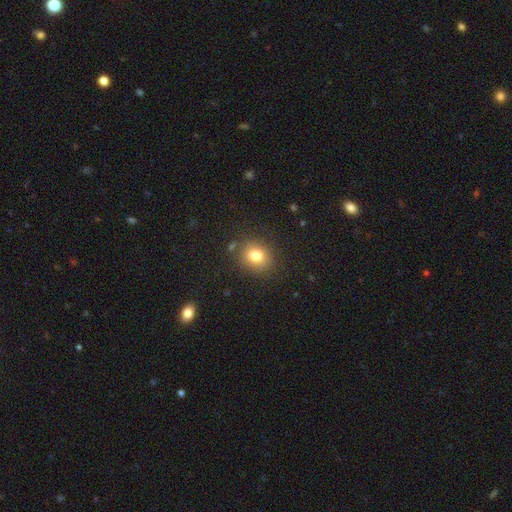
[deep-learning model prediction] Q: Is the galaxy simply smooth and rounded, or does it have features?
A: smooth — 80%.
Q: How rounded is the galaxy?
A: round — 67%.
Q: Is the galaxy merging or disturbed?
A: none — 83%.